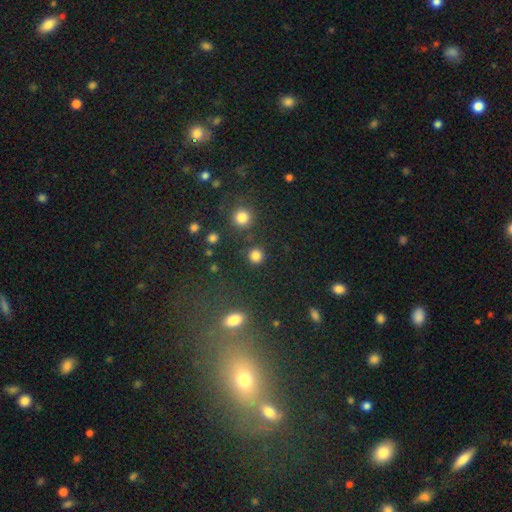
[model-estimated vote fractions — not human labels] Overall: smooth (83%). How rounded: round (91%). Merging: none (86%).